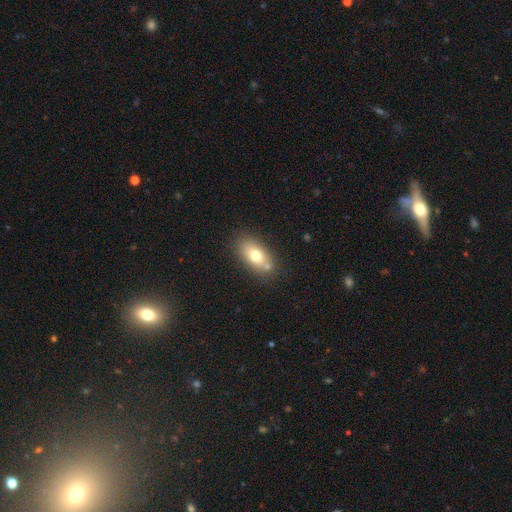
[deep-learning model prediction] Overall: smooth (71%). How rounded: in between (88%). Merging: none (74%).